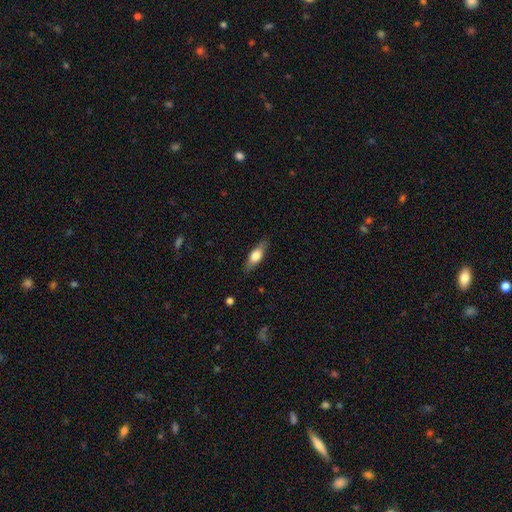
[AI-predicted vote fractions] Smooth or featured? smooth (62%)
How rounded? in between (60%)
Merging? none (85%)